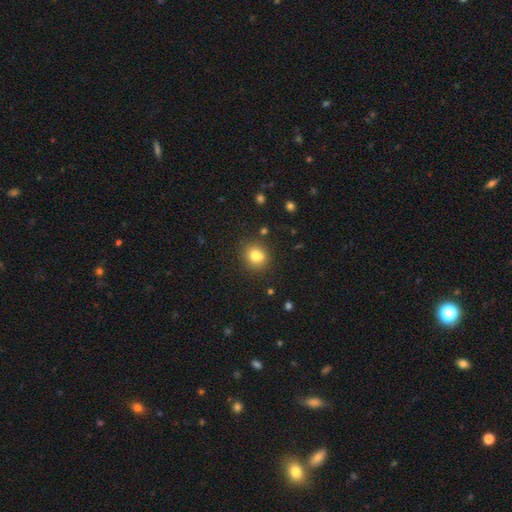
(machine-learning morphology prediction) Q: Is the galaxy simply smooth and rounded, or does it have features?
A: smooth — 78%.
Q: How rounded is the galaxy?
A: round — 72%.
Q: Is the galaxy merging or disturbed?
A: none — 74%.